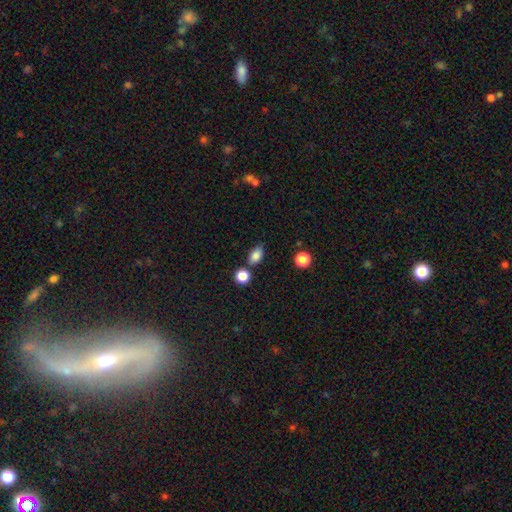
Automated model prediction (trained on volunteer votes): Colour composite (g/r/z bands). It shows a smooth galaxy with no disk features (84%) that is in between round and cigar-shaped (81%). Merging: none (69%).